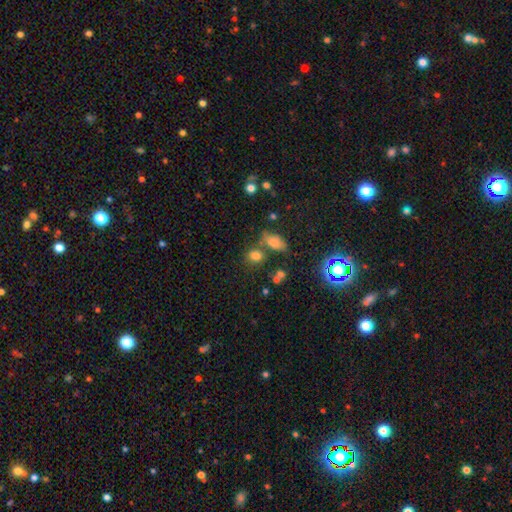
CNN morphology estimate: This appears to be a smooth galaxy with no disk features (76%) that is round (49%). Merging: none (63%).